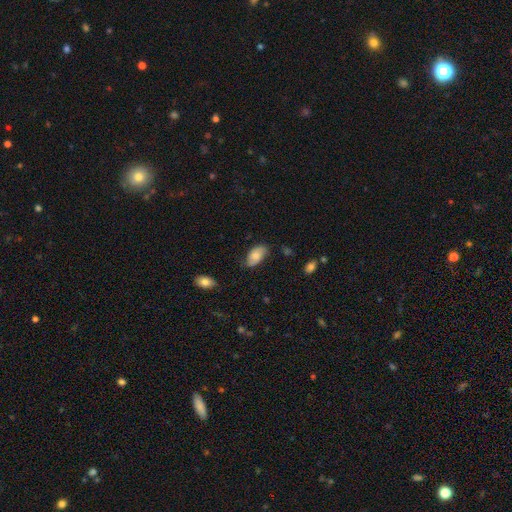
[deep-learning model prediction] This is likely a smooth galaxy (63%). How rounded: clearly in between (94%). Merging: likely none (67%).